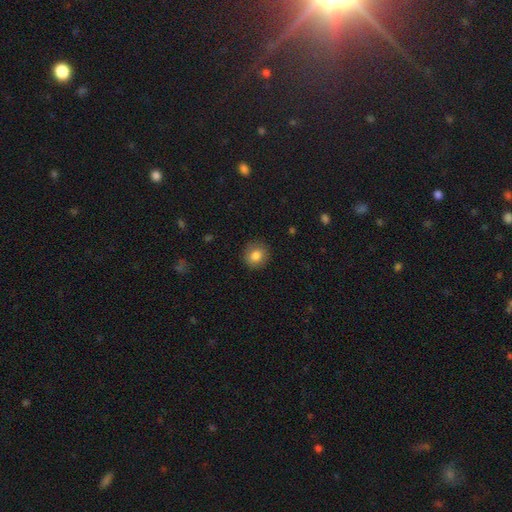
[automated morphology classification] smooth 83%, star or artifact 9%, featured or disk 8%. Down the decision tree: how rounded — round (84%); merging — none (88%).